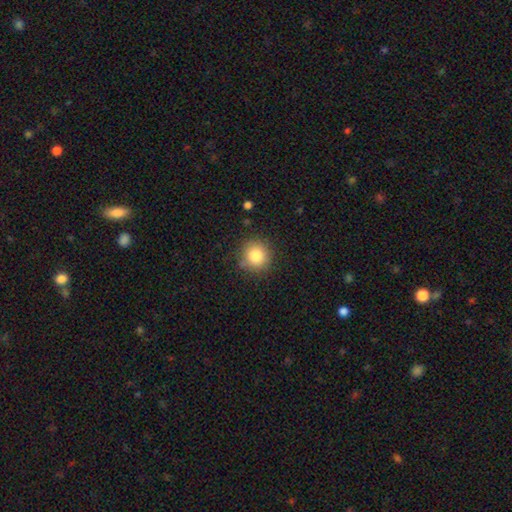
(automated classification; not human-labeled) Smooth or featured?
  - smooth: 83% *
  - star or artifact: 10%
  - featured or disk: 7%
How rounded?
  - round: 93% *
  - in between: 6%
  - cigar-shaped: 1%
Merging?
  - none: 85% *
  - minor disturbance: 10%
  - major disturbance: 3%
  - merger: 2%